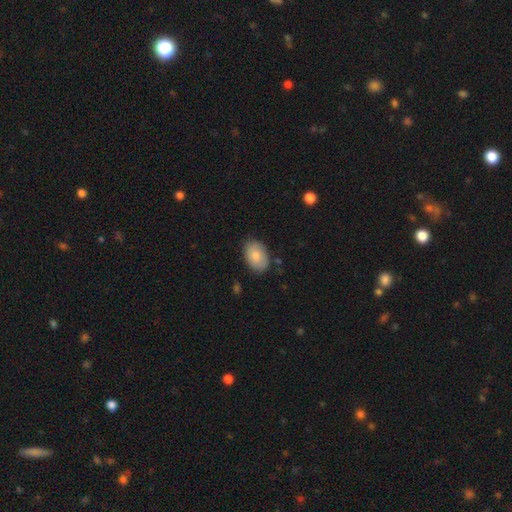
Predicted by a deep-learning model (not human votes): A smooth galaxy with no disk features (81%) that is in between round and cigar-shaped (89%). Merging: none (81%).